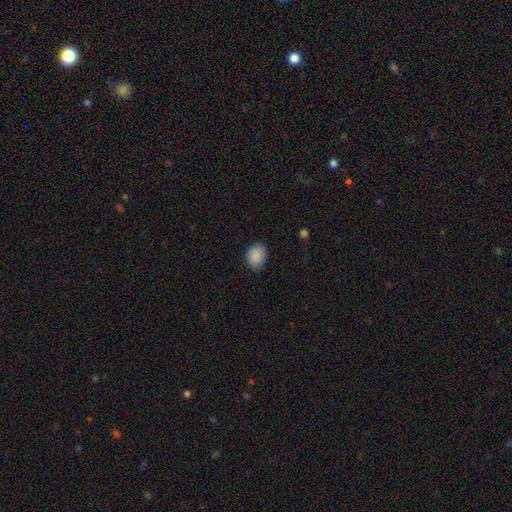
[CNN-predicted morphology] The model was most divided on "how rounded": in between: 60%, round: 39%, cigar-shaped: 1%. More confident: smooth or featured — smooth (88%); merging — none (81%).